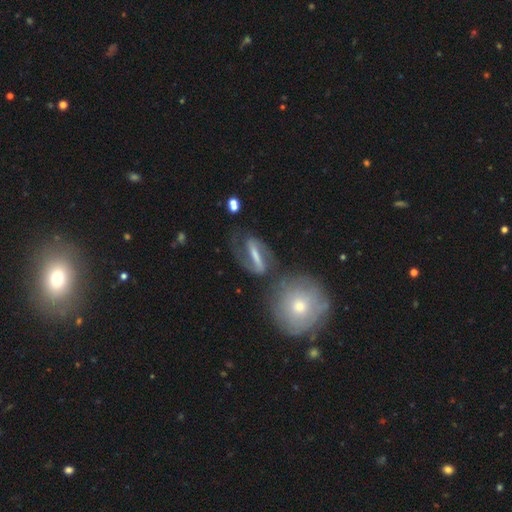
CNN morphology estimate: Q: Smooth or featured?
A: featured or disk (71%); runner-up: smooth (22%)
Q: Edge-on disk?
A: no (89%); runner-up: yes (11%)
Q: Bar?
A: strong (71%); runner-up: weak (19%)
Q: Spiral arms?
A: yes (83%); runner-up: no (17%)
Q: Spiral winding?
A: medium (41%); runner-up: loose (37%)
Q: Spiral arm count?
A: 2 (83%); runner-up: 1 (7%)
Q: Bulge size?
A: small (35%); runner-up: moderate (29%)
Q: Merging?
A: none (57%); runner-up: minor disturbance (18%)